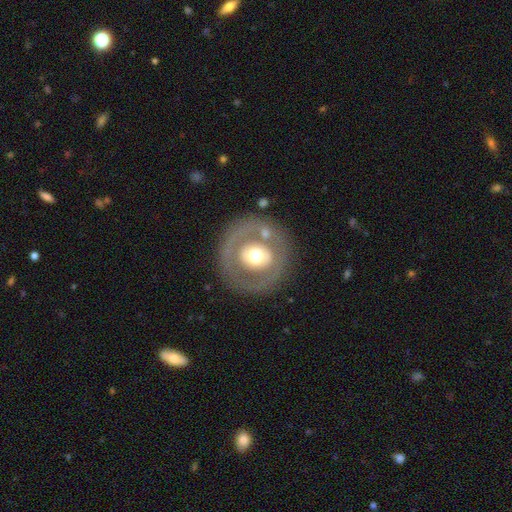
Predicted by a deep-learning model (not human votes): This is possibly a featured or disk galaxy (51%). It is clearly not viewed edge-on (95%). Merging: likely none (76%).